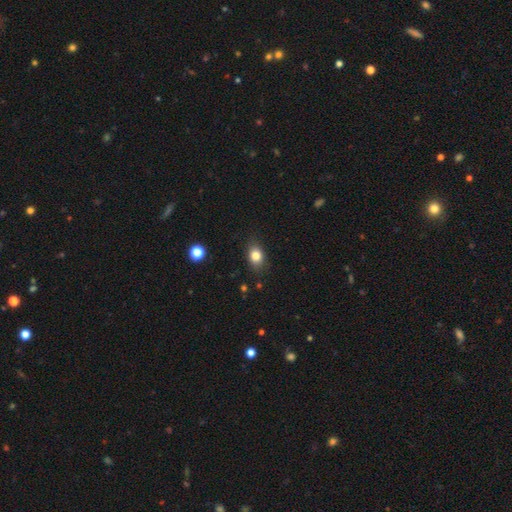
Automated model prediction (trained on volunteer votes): smooth-or-featured: smooth: 81% | star or artifact: 10% | featured or disk: 9%
  how-rounded: in between: 65% | round: 33% | cigar-shaped: 2%
  merging: none: 82% | minor disturbance: 14% | major disturbance: 3% | merger: 1%